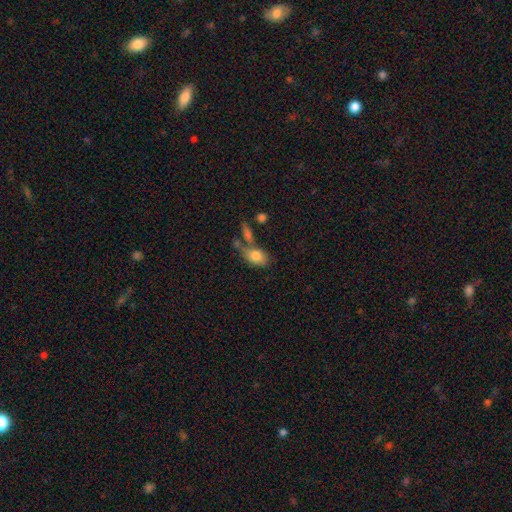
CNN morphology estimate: smooth-or-featured: smooth: 79% | featured or disk: 13% | star or artifact: 8%
  how-rounded: in between: 86% | round: 11% | cigar-shaped: 3%
  merging: none: 45% | merger: 30% | minor disturbance: 17% | major disturbance: 8%